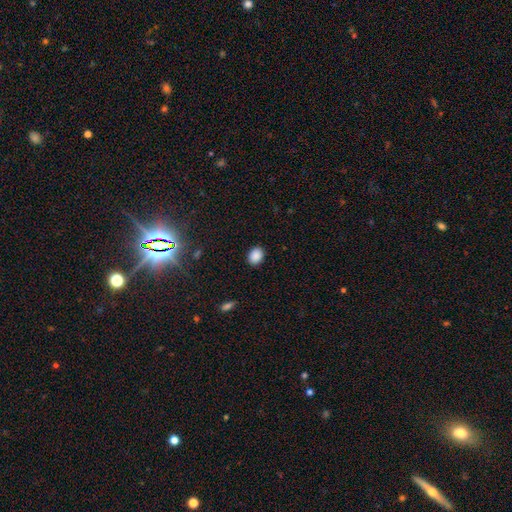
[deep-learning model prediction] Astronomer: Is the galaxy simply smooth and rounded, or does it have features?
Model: smooth — 88%.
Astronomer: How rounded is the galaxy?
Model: in between — 59% (runner-up: round, 40%).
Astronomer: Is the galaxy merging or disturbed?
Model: none — 89%.